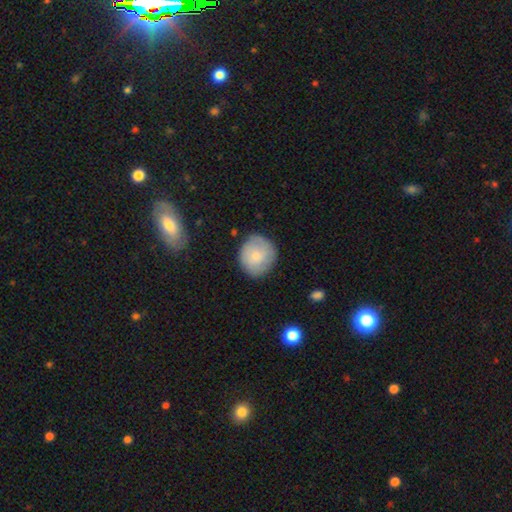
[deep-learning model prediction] Smooth or featured? smooth (71%)
How rounded? round (85%)
Merging? none (79%)